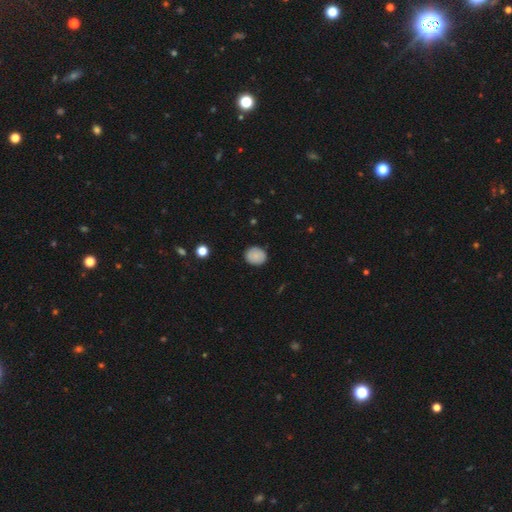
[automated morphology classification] smooth 85%, star or artifact 8%, featured or disk 7%. Down the decision tree: how rounded — round (76%); merging — none (87%).